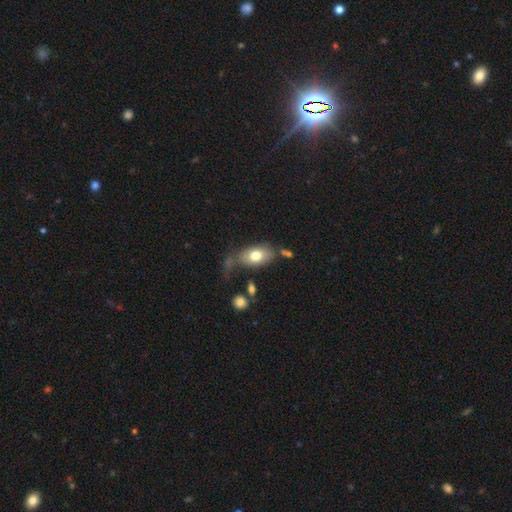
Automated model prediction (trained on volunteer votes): Overall: smooth (74%). How rounded: in between (90%). Merging: none (47%; minor disturbance 24%).